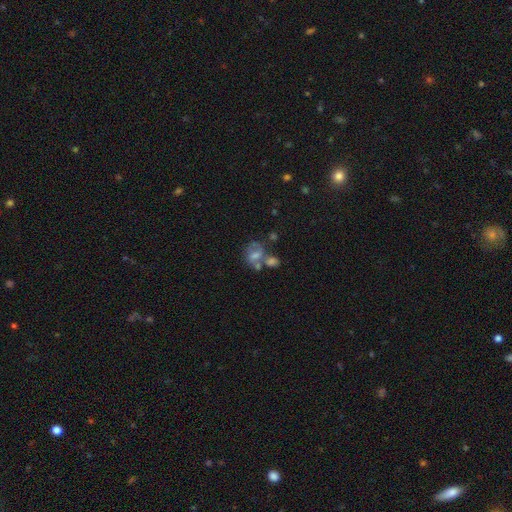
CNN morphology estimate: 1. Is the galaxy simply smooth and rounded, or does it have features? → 49% smooth, 39% featured or disk, 12% star or artifact.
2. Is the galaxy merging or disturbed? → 42% merger, 28% none, 15% minor disturbance, 14% major disturbance.